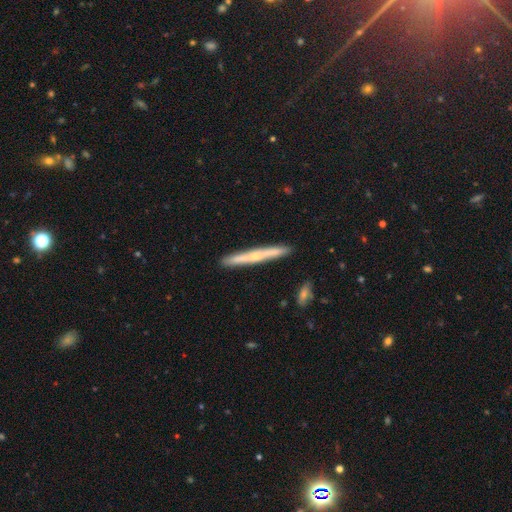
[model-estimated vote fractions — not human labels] Smooth or featured? Predicted: featured or disk (p=0.60). Edge-on disk? Predicted: yes (p=0.96). Edge-on bulge? Predicted: rounded (p=0.70). Merging? Predicted: none (p=0.90).